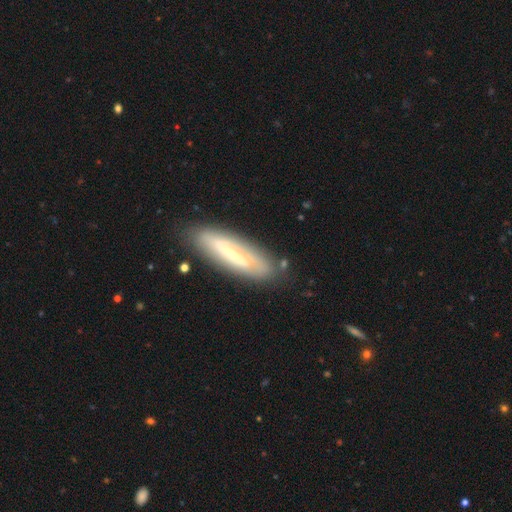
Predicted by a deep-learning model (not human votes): This appears to be a smooth galaxy with no disk features (46%). Merging: none (80%).